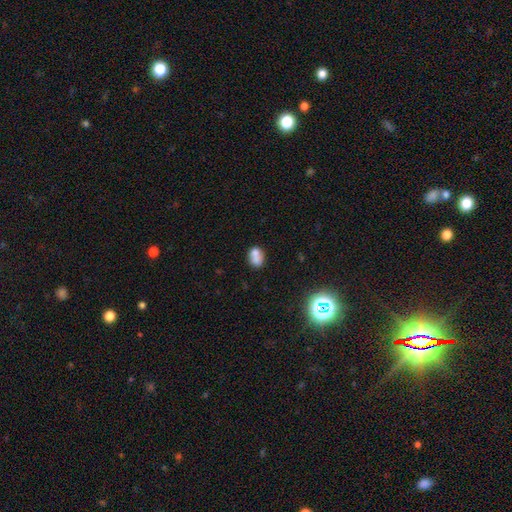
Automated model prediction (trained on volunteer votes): A smooth galaxy with no disk features (71%) that is in between round and cigar-shaped (60%).

Vote fractions:
- Smooth or featured? smooth: 71% / featured or disk: 17% / star or artifact: 12%
- How rounded? in between: 60% / round: 39% / cigar-shaped: 1%
- Merging? merger: 45% / none: 38% / minor disturbance: 12% / major disturbance: 5%